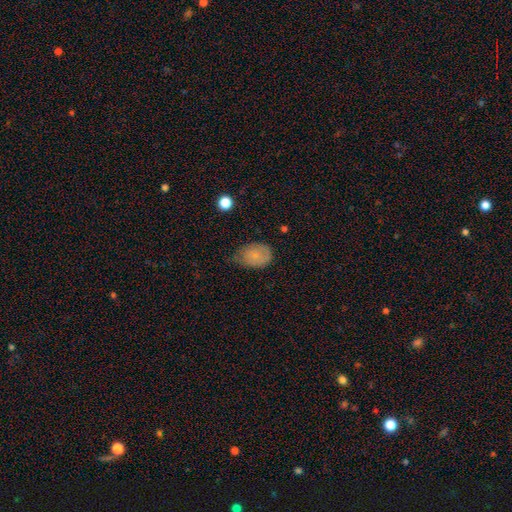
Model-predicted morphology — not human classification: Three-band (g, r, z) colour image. It shows a smooth galaxy with no disk features (73%) that is in between round and cigar-shaped (76%). Merging: none (45%).